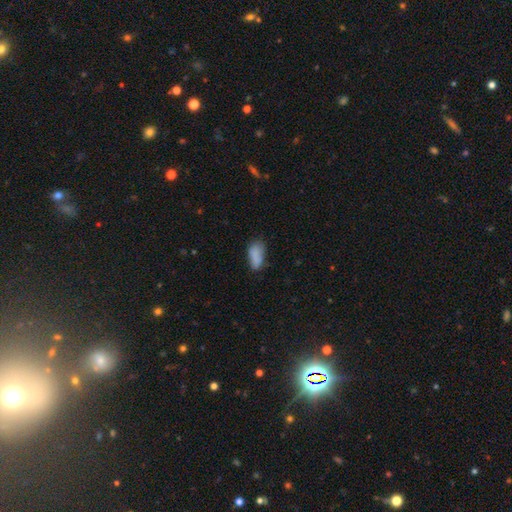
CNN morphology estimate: The model was most divided on "merging": none: 59%, minor disturbance: 29%, major disturbance: 9%, merger: 4%. More confident: how rounded — in between (89%); smooth or featured — smooth (83%).